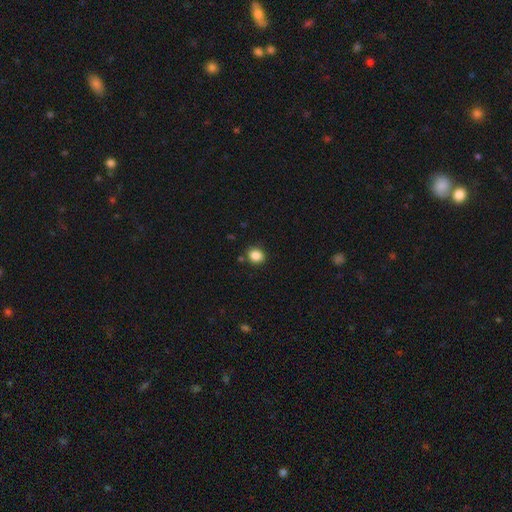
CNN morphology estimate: Q: Smooth or featured?
A: smooth (86%); runner-up: star or artifact (10%)
Q: How rounded?
A: round (67%); runner-up: in between (32%)
Q: Merging?
A: none (85%); runner-up: minor disturbance (9%)